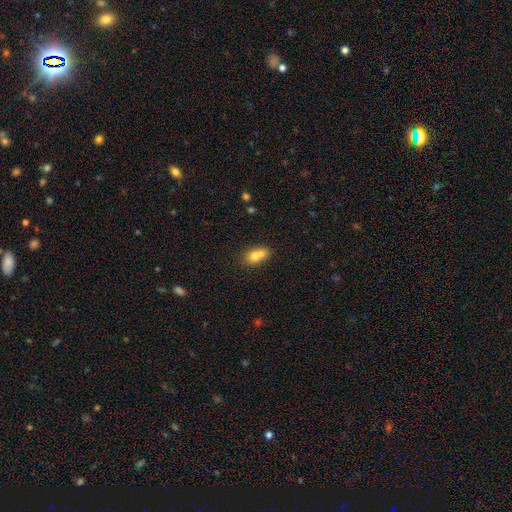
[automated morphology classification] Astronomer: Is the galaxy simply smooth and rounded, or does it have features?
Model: smooth — 71%.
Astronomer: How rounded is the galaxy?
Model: in between — 60% (runner-up: round, 37%).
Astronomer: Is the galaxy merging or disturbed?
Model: merger — 57%.